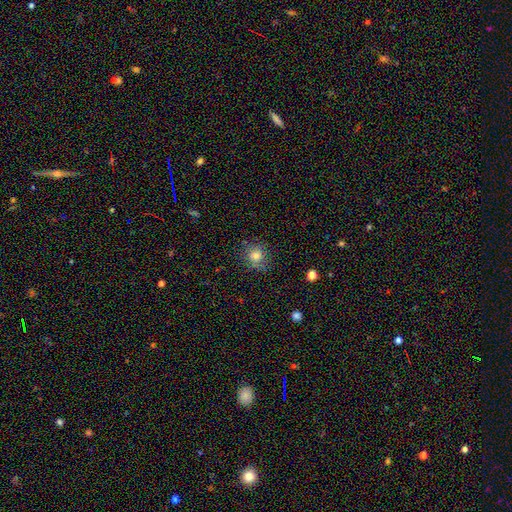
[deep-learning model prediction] The model was most divided on "merging": none: 76%, minor disturbance: 16%, major disturbance: 5%, merger: 2%. More confident: how rounded — round (82%); smooth or featured — smooth (76%).